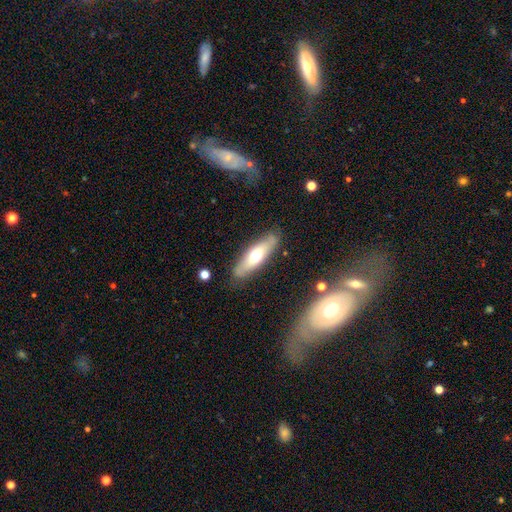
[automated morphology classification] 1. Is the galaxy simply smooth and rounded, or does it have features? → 54% smooth, 40% featured or disk, 6% star or artifact.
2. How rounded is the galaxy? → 56% cigar-shaped, 42% in between, 2% round.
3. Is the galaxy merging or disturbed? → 83% none, 13% minor disturbance, 3% major disturbance, 2% merger.